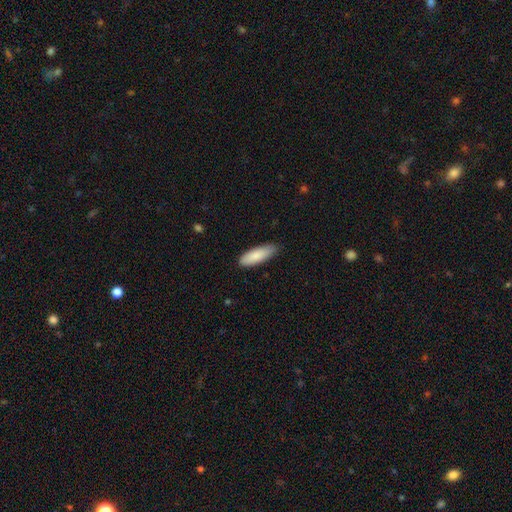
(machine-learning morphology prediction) smooth-or-featured: smooth: 86% | featured or disk: 9% | star or artifact: 6%
  how-rounded: in between: 56% | cigar-shaped: 42% | round: 1%
  merging: none: 82% | minor disturbance: 15% | major disturbance: 2% | merger: 1%